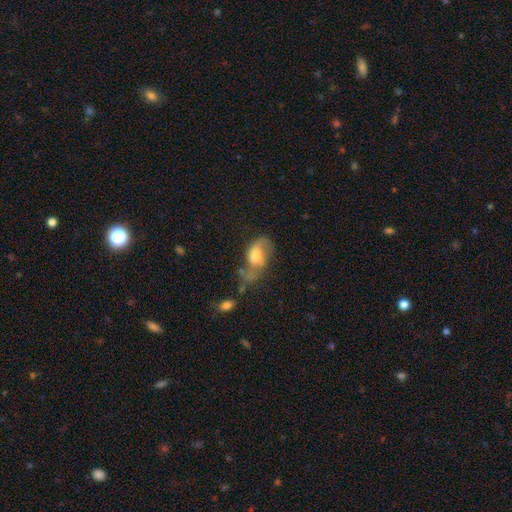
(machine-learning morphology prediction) This is possibly a featured or disk galaxy (54%). It is clearly not viewed edge-on (94%). Bar: possibly no (58%). Spiral arm pattern: likely yes (77%). Central bulge: possibly moderate (50%). Merging: marginally none (35%).